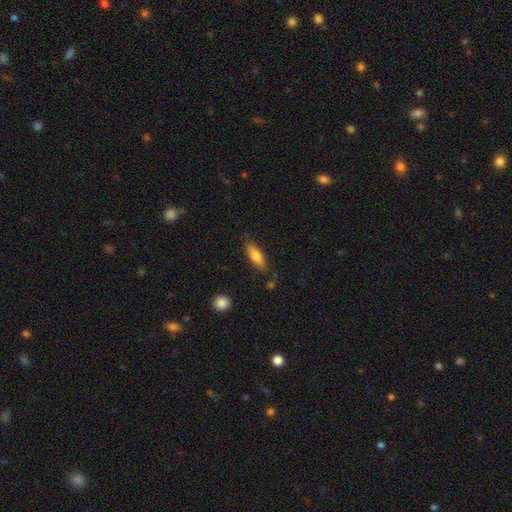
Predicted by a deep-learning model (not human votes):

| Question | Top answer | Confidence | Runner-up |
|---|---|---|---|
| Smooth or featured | smooth | 72% | featured or disk (22%) |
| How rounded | cigar-shaped | 50% | in between (48%) |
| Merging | none | 77% | minor disturbance (16%) |